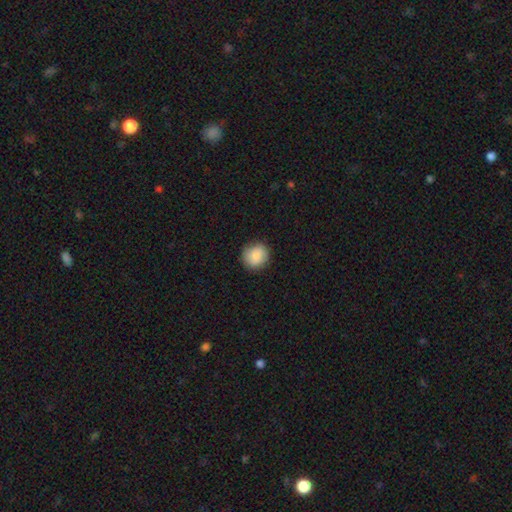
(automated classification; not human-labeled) The model was most divided on "how rounded": round: 87%, in between: 12%, cigar-shaped: 1%. More confident: merging — none (88%); smooth or featured — smooth (86%).